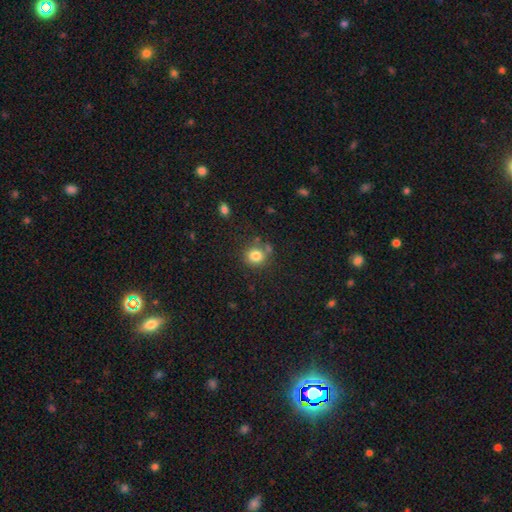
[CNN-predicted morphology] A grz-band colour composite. It shows a smooth galaxy with no disk features (81%) that is round (84%). Merging: none (73%).